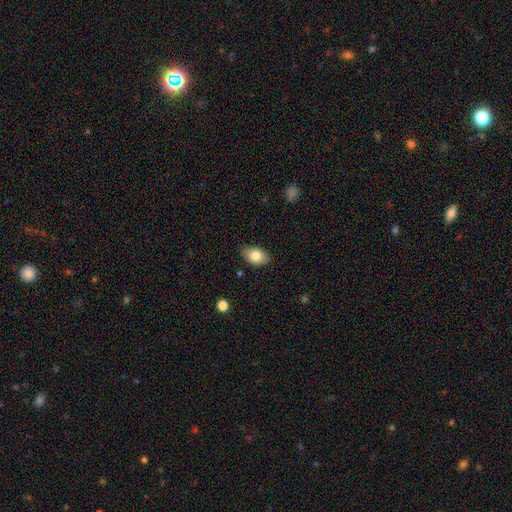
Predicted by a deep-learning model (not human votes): smooth-or-featured: smooth: 80% | featured or disk: 12% | star or artifact: 8%
  how-rounded: in between: 86% | round: 13% | cigar-shaped: 1%
  merging: none: 82% | minor disturbance: 14% | major disturbance: 2% | merger: 1%